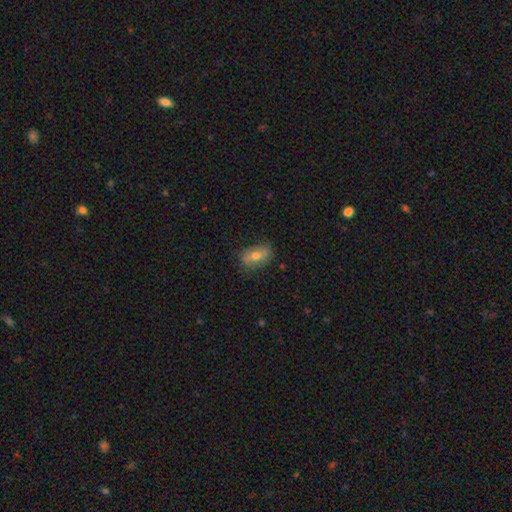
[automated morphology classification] Smooth or featured? Predicted: smooth (p=0.56). How rounded? Predicted: in between (p=0.81). Merging? Predicted: none (p=0.78).